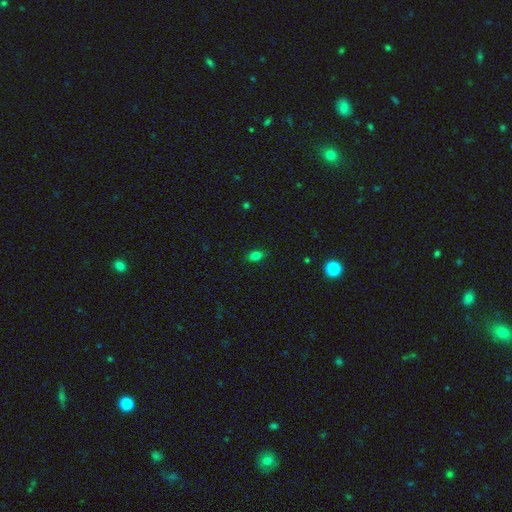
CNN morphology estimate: Smooth or featured? Predicted: smooth (p=0.78). How rounded? Predicted: in between (p=0.76). Merging? Predicted: none (p=0.85).